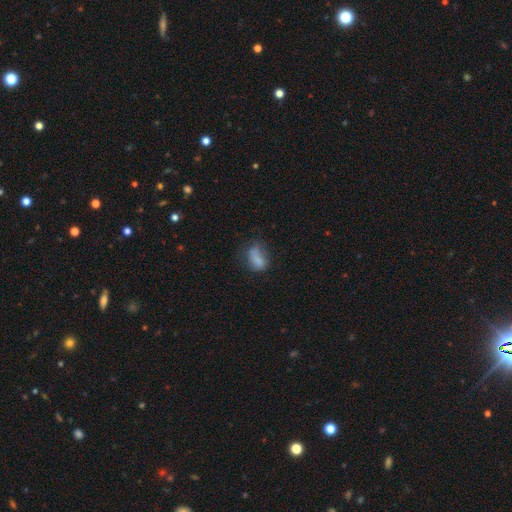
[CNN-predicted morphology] Smooth or featured: smooth — 71% (featured or disk — 18%)
How rounded: in between — 82% (round — 13%)
Merging: none — 38% (minor disturbance — 31%)